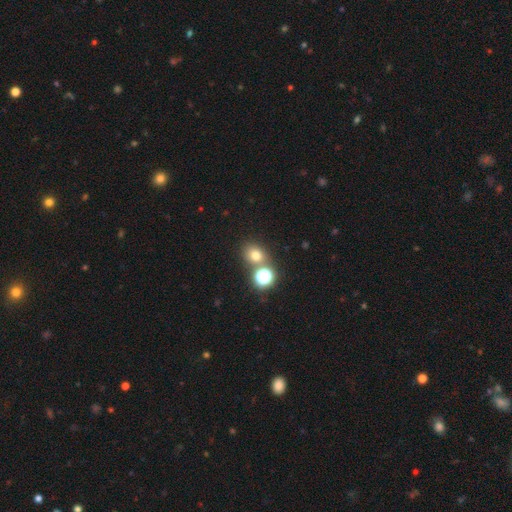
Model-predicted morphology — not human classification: Smooth or featured? Predicted: smooth (p=0.69). How rounded? Predicted: round (p=0.68). Merging? Predicted: none (p=0.67).